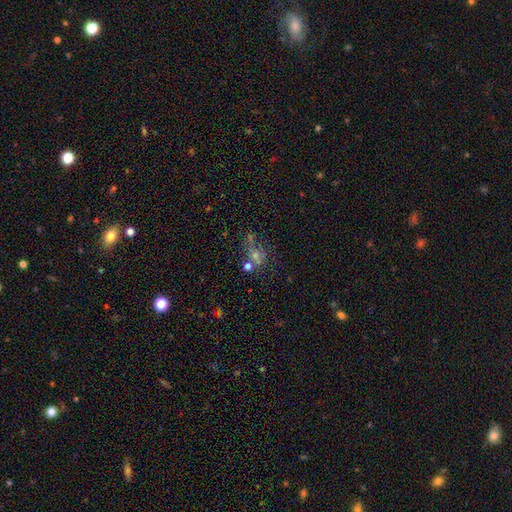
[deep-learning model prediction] This is marginally a star or artifact rather than a galaxy (37%).